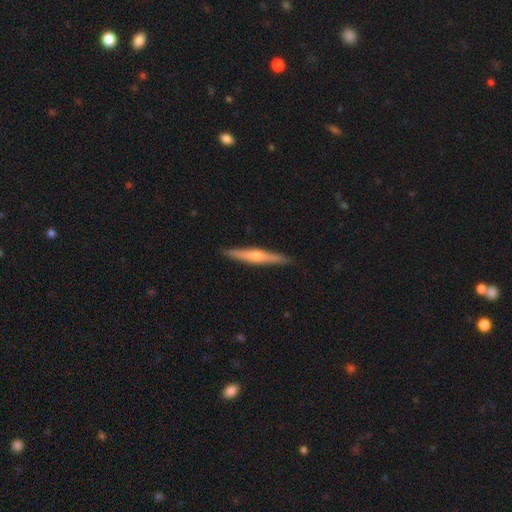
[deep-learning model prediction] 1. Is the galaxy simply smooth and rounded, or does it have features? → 60% featured or disk, 35% smooth, 5% star or artifact.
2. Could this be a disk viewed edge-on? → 97% yes, 3% no.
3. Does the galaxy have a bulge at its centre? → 79% rounded, 14% none, 7% boxy.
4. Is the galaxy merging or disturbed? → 91% none, 6% minor disturbance, 1% major disturbance, 1% merger.